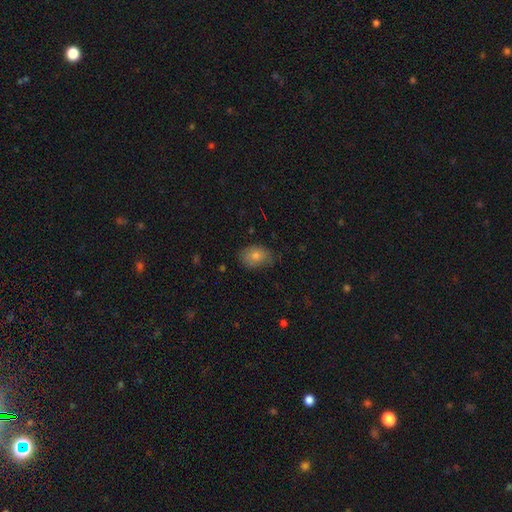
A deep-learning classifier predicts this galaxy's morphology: A smooth galaxy with no disk features (81%) that is in between round and cigar-shaped (75%).

Vote fractions:
- Smooth or featured? smooth: 81% / featured or disk: 11% / star or artifact: 9%
- How rounded? in between: 75% / round: 24% / cigar-shaped: 1%
- Merging? none: 69% / minor disturbance: 25% / major disturbance: 5% / merger: 1%